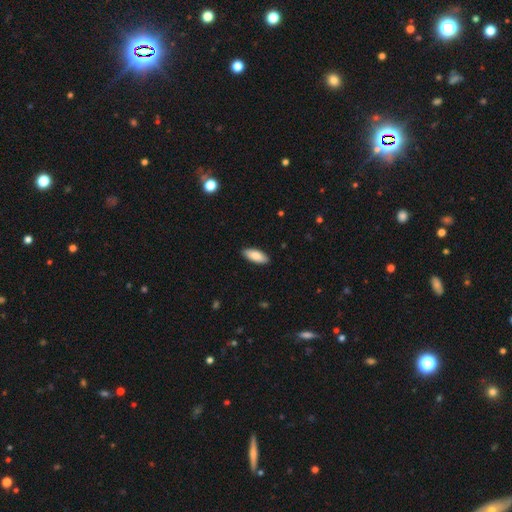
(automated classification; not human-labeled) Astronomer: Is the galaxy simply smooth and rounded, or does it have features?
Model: smooth — 86%.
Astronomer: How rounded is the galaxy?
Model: in between — 80%.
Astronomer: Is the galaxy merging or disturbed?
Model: none — 89%.